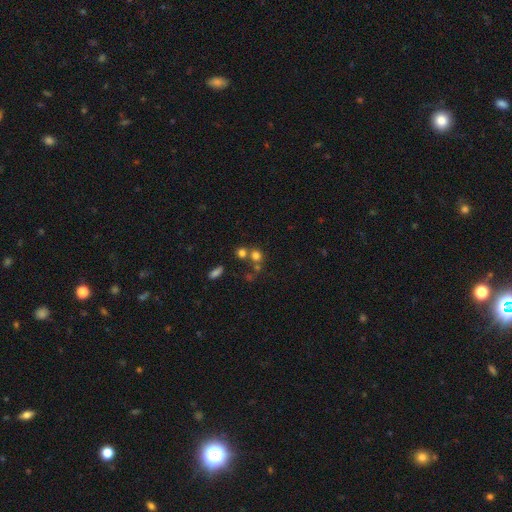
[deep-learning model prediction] This appears to be a smooth galaxy with no disk features (71%) that is round (83%). Merging: none (51%).